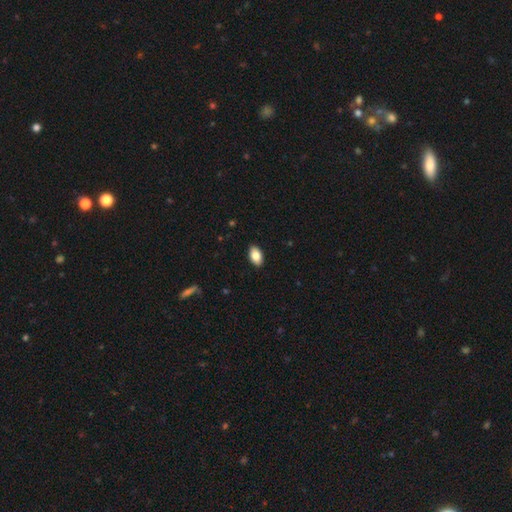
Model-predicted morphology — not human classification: Overall: smooth (84%). How rounded: in between (93%). Merging: none (90%).